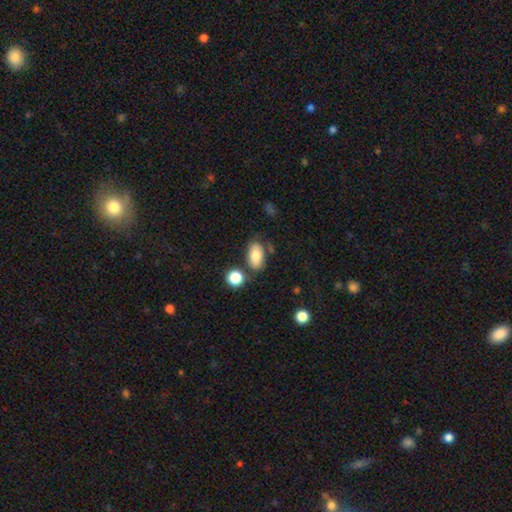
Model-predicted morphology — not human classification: The model was most divided on "merging": none: 67%, minor disturbance: 18%, merger: 10%, major disturbance: 6%. More confident: how rounded — in between (91%); smooth or featured — smooth (77%).